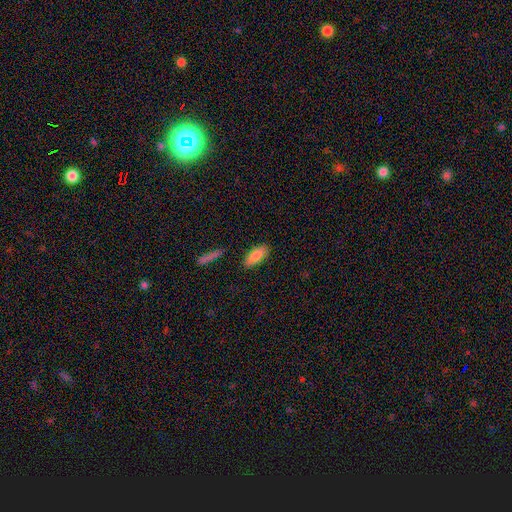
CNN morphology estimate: Q: Smooth or featured?
A: smooth (83%); runner-up: featured or disk (11%)
Q: How rounded?
A: in between (85%); runner-up: cigar-shaped (13%)
Q: Merging?
A: none (84%); runner-up: minor disturbance (11%)